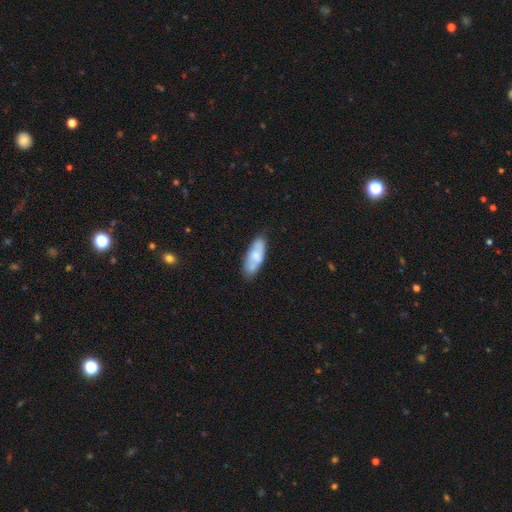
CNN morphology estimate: smooth-or-featured: smooth: 67% | featured or disk: 27% | star or artifact: 6%
  how-rounded: in between: 74% | cigar-shaped: 24% | round: 2%
  merging: none: 65% | minor disturbance: 22% | merger: 8% | major disturbance: 5%